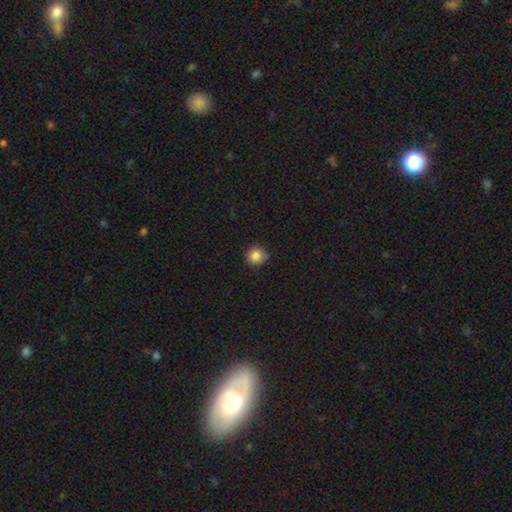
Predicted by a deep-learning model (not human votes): Smooth or featured?
  - smooth: 85% *
  - star or artifact: 11%
  - featured or disk: 4%
How rounded?
  - round: 93% *
  - in between: 6%
  - cigar-shaped: 1%
Merging?
  - none: 84% *
  - minor disturbance: 12%
  - major disturbance: 2%
  - merger: 2%